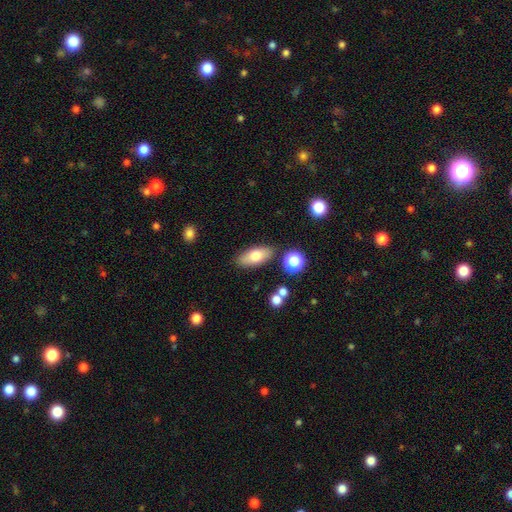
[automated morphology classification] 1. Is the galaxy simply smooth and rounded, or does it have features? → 73% smooth, 20% featured or disk, 7% star or artifact.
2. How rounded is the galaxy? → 84% in between, 13% cigar-shaped, 4% round.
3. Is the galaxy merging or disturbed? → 83% none, 11% minor disturbance, 4% merger, 3% major disturbance.